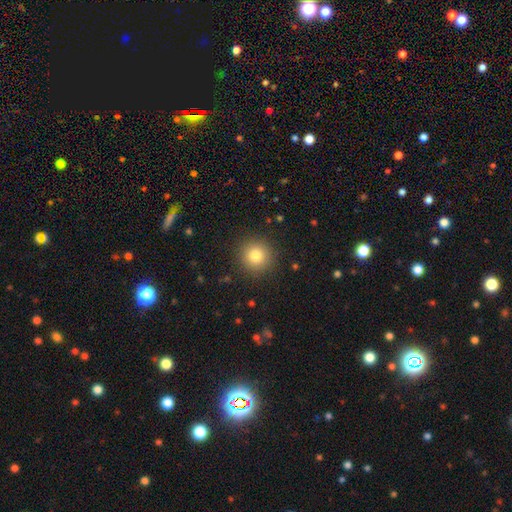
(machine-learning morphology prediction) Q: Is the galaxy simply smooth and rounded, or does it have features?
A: smooth — 81%.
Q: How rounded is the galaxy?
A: round — 94%.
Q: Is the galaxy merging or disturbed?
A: none — 90%.